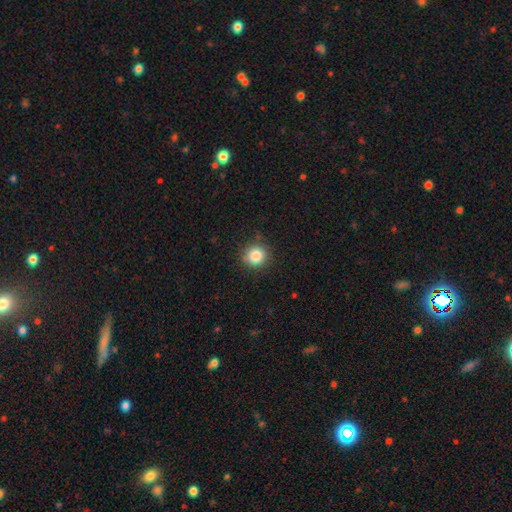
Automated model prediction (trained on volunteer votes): Q: Smooth or featured?
A: smooth (85%); runner-up: star or artifact (11%)
Q: How rounded?
A: round (93%); runner-up: in between (6%)
Q: Merging?
A: none (85%); runner-up: minor disturbance (11%)